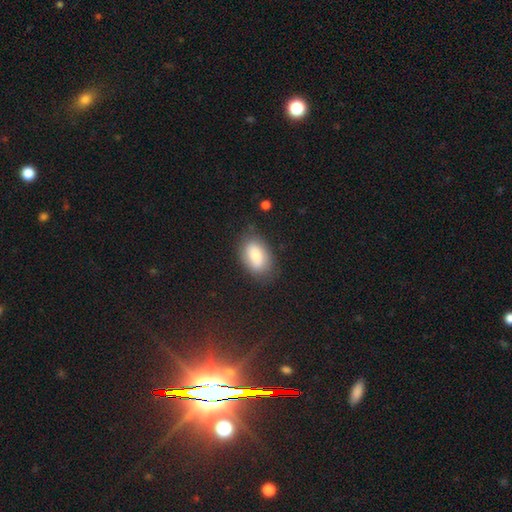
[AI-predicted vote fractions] smooth 79%, featured or disk 14%, star or artifact 7%. Down the decision tree: how rounded — in between (90%); merging — none (77%).